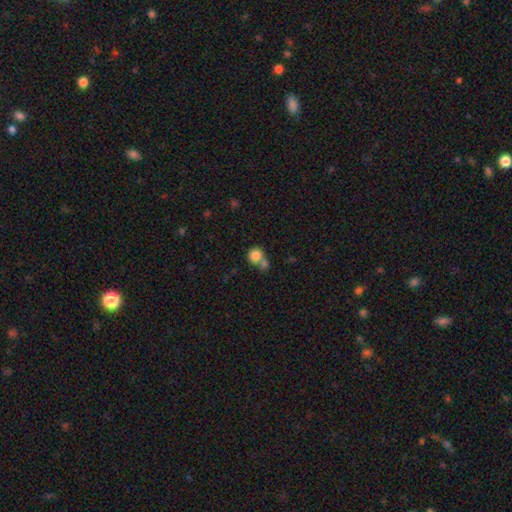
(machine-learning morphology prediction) The model was most divided on "merging" (2-way tie): none: 43%, merger: 43%, minor disturbance: 9%, major disturbance: 4%. More confident: how rounded — round (86%); smooth or featured — smooth (82%).